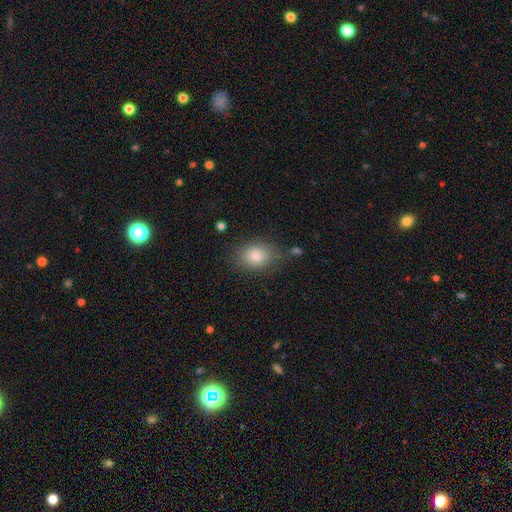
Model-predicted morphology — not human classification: Smooth or featured? smooth (81%)
How rounded? in between (59%)
Merging? none (80%)